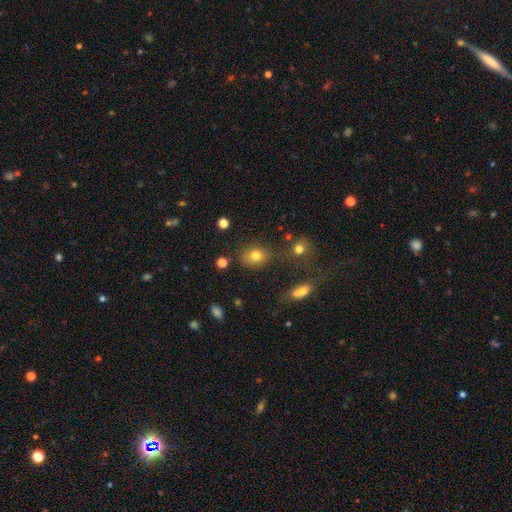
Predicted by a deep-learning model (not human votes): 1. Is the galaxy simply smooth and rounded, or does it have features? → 78% smooth, 13% star or artifact, 9% featured or disk.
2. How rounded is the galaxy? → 50% round, 49% in between, 1% cigar-shaped.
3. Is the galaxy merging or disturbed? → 72% none, 15% minor disturbance, 7% merger, 5% major disturbance.